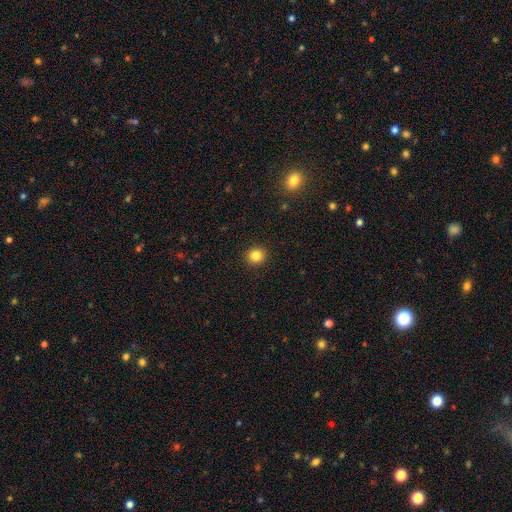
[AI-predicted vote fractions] A smooth galaxy with no disk features (84%) that is round (91%).

Vote fractions:
- Smooth or featured? smooth: 84% / star or artifact: 12% / featured or disk: 5%
- How rounded? round: 91% / in between: 8% / cigar-shaped: 1%
- Merging? none: 93% / minor disturbance: 5% / major disturbance: 2% / merger: 1%